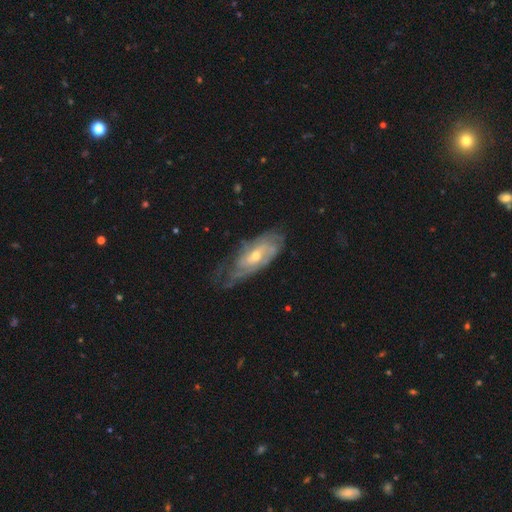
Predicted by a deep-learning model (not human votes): featured or disk 79%, smooth 15%, star or artifact 6%. Down the decision tree: edge-on disk — no (89%); bar — no (57%); spiral arms — yes (89%); spiral arm count — can't tell (49%); spiral winding — tight (56%); bulge size — moderate (48%, tied with small); merging — none (56%).